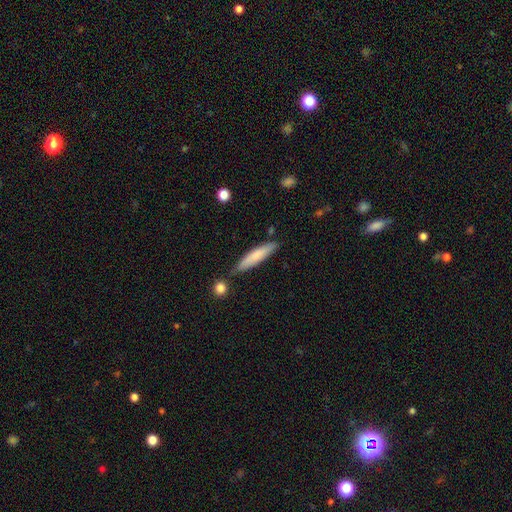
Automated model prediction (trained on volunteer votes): A smooth galaxy with no disk features (71%) that is cigar-shaped (85%). Merging: none (77%).